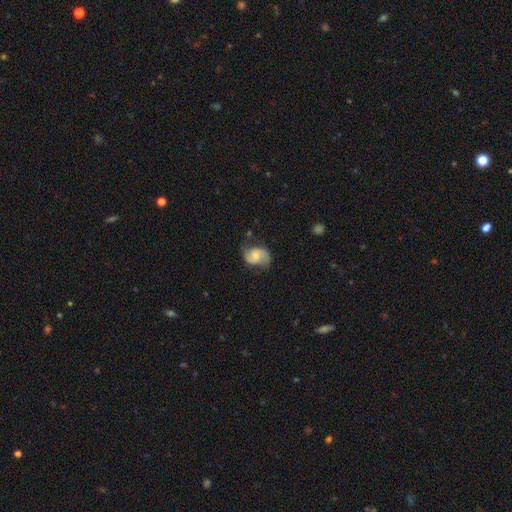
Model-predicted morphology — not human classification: Smooth or featured? Predicted: featured or disk (p=0.69). Edge-on disk? Predicted: no (p=0.98). Bar? Predicted: no (p=0.58). Spiral arms? Predicted: yes (p=0.93). Spiral winding? Predicted: medium (p=0.46). Spiral arm count? Predicted: 2 (p=0.88). Bulge size? Predicted: moderate (p=0.46). Merging? Predicted: none (p=0.67).